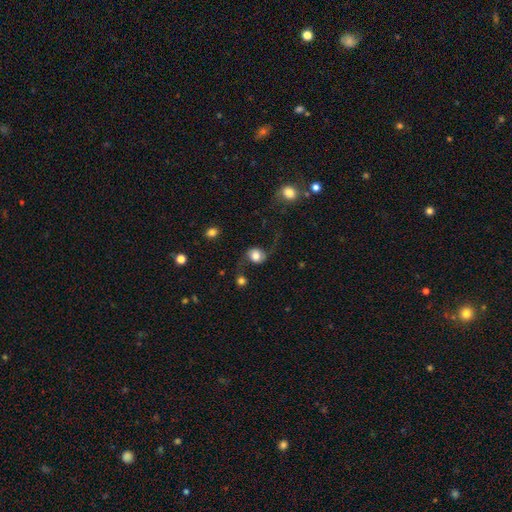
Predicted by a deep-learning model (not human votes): Smooth or featured? smooth (53%)
How rounded? round (68%)
Merging? none (60%)